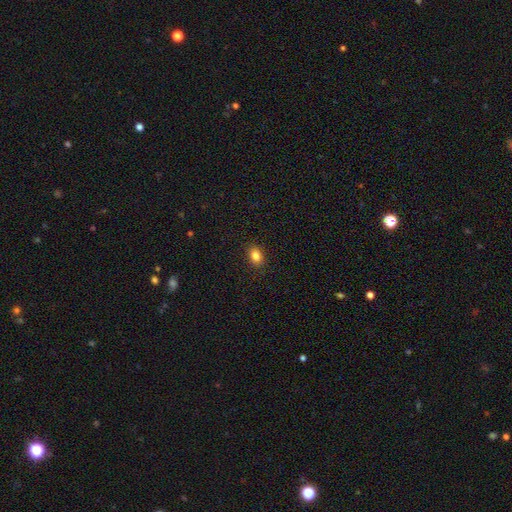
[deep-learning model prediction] smooth_or_featured: smooth (p=0.85) [alt: star or artifact p=0.10]
how_rounded: in between (p=0.75) [alt: round p=0.24]
merging: none (p=0.89) [alt: minor disturbance p=0.08]